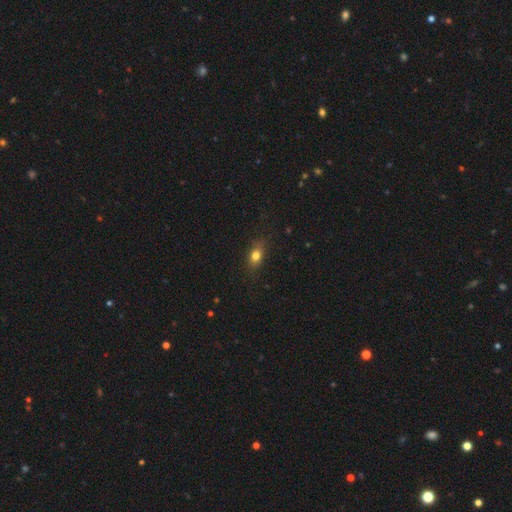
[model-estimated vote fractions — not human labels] This is likely a smooth galaxy (77%). How rounded: likely in between (68%). Merging: clearly none (81%).